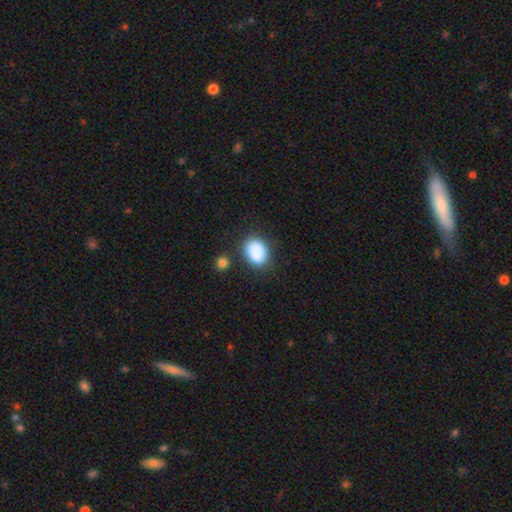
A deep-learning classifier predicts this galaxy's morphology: Smooth or featured? Predicted: smooth (p=0.84). How rounded? Predicted: in between (p=0.70). Merging? Predicted: none (p=0.69).